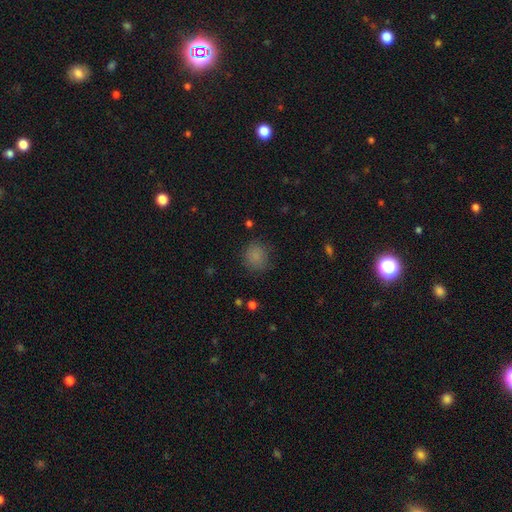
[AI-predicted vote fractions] This appears to be a smooth galaxy with no disk features (83%) that is round (80%). Merging: none (79%).